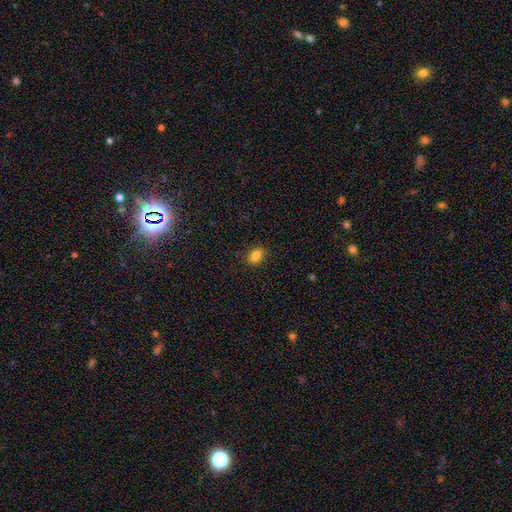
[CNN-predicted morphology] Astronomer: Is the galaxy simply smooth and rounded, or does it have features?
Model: smooth — 85%.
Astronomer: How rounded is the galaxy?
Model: in between — 79%.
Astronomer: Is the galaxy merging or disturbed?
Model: none — 87%.